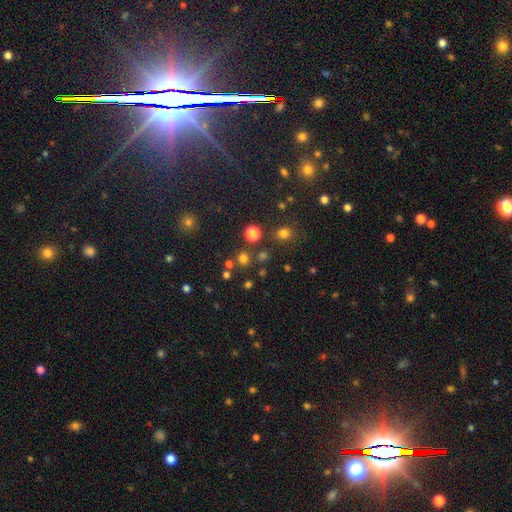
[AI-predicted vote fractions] Smooth or featured? star or artifact (84%)